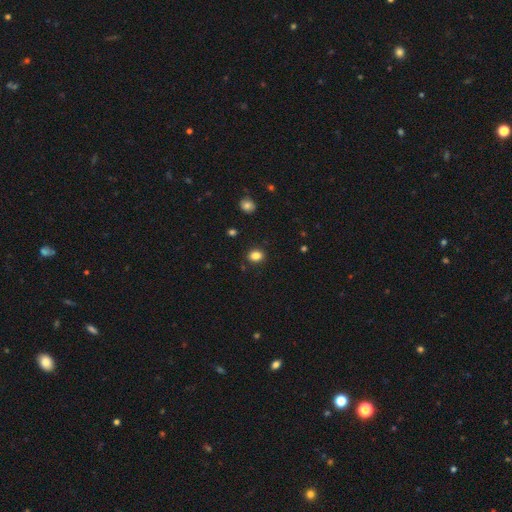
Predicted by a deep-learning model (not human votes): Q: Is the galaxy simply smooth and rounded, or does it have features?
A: smooth — 84%.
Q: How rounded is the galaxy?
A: round — 51%.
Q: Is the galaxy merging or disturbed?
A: none — 88%.